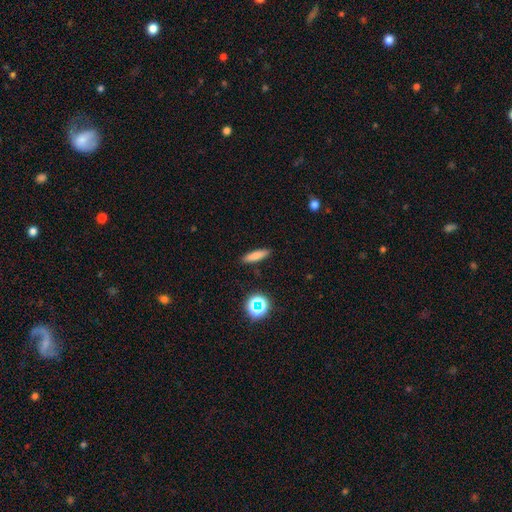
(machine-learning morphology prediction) smooth-or-featured: smooth: 75% | featured or disk: 14% | star or artifact: 11%
  how-rounded: cigar-shaped: 67% | in between: 29% | round: 4%
  merging: none: 89% | minor disturbance: 7% | major disturbance: 2% | merger: 2%